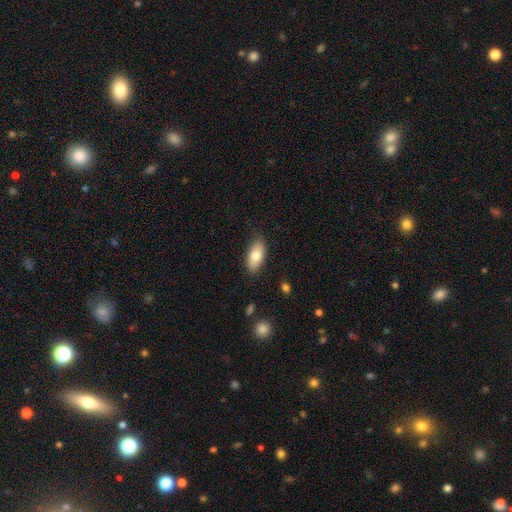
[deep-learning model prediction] Morphology: type=smooth (79%); roundness=in between (90%); merging=none (83%).